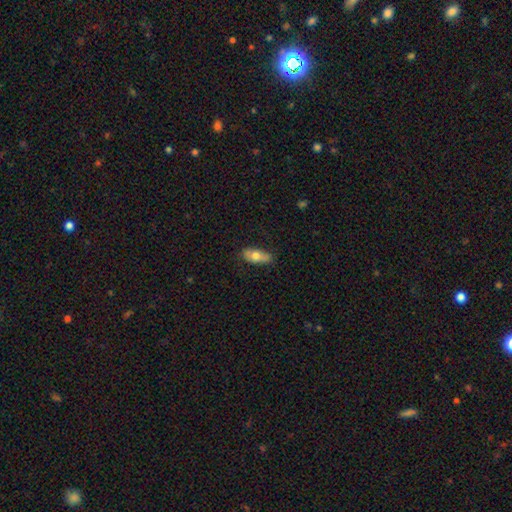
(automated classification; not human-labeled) This appears to be a smooth galaxy with no disk features (68%) that is in between round and cigar-shaped (77%). Merging: none (74%).